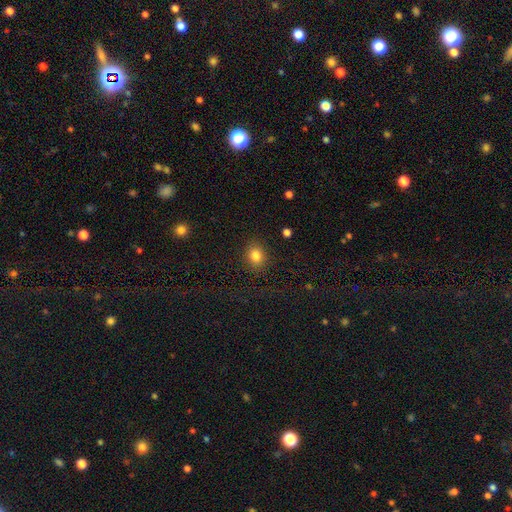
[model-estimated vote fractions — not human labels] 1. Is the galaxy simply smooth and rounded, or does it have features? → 83% smooth, 11% star or artifact, 6% featured or disk.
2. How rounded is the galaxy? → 61% round, 38% in between, 1% cigar-shaped.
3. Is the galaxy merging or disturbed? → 87% none, 9% minor disturbance, 3% major disturbance, 1% merger.